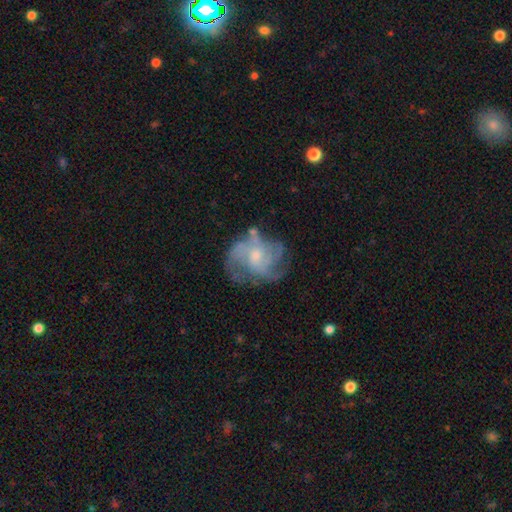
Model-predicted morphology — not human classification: smooth-or-featured: featured or disk: 78% | smooth: 14% | star or artifact: 8%
  disk-edge-on: no: 98% | yes: 2%
    bar: no: 71% | weak: 26% | strong: 3%
    has-spiral-arms: yes: 90% | no: 10%
      spiral-winding: medium: 45% | tight: 36% | loose: 19%
      spiral-arm-count: 4: 28% (tied) | can't tell: 28% (tied) | 3: 22% | 2: 10% | more than 4: 7% | 1: 6%
    bulge-size: small: 57% | moderate: 36% | none: 4% | large: 2% | dominant: 1%
  merging: none: 61% | minor disturbance: 20% | major disturbance: 16% | merger: 3%